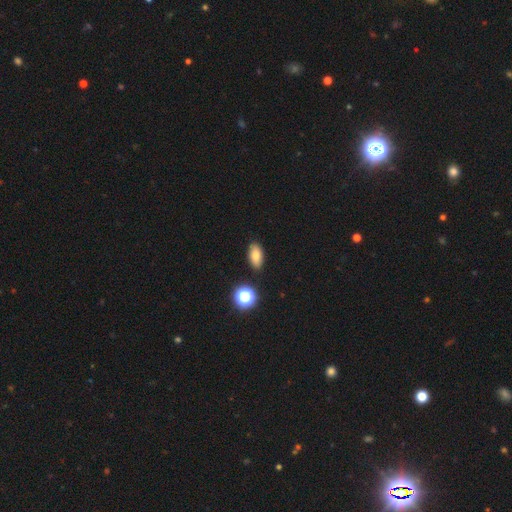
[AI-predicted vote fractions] smooth 78%, star or artifact 12%, featured or disk 10%. Down the decision tree: how rounded — in between (88%); merging — none (87%).